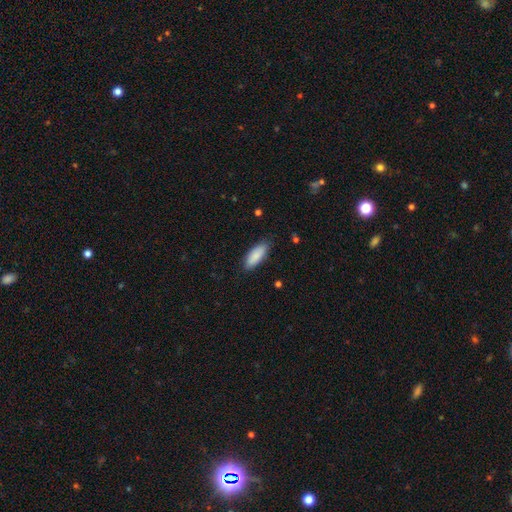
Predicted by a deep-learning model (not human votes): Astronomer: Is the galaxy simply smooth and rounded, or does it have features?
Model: smooth — 88%.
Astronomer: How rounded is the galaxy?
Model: in between — 73%.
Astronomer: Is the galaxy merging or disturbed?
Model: none — 85%.